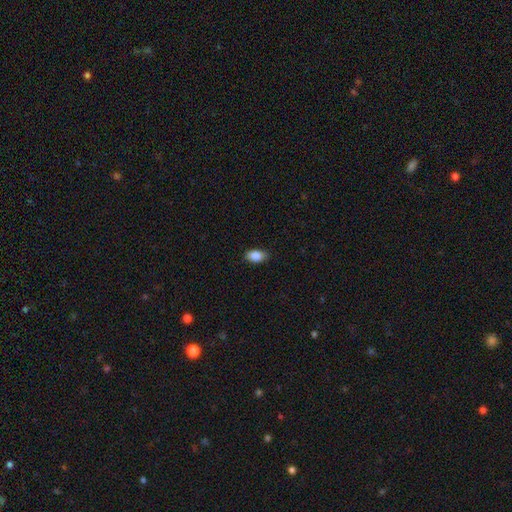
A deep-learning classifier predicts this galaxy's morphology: Smooth or featured?
  - smooth: 85% *
  - star or artifact: 8%
  - featured or disk: 7%
How rounded?
  - in between: 90% *
  - round: 8%
  - cigar-shaped: 3%
Merging?
  - none: 85% *
  - minor disturbance: 12%
  - major disturbance: 2%
  - merger: 1%